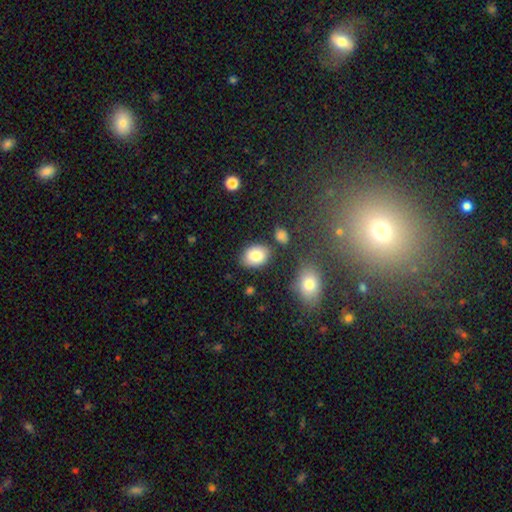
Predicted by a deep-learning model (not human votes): This is clearly a smooth galaxy (82%). How rounded: likely in between (70%). Merging: clearly none (80%).